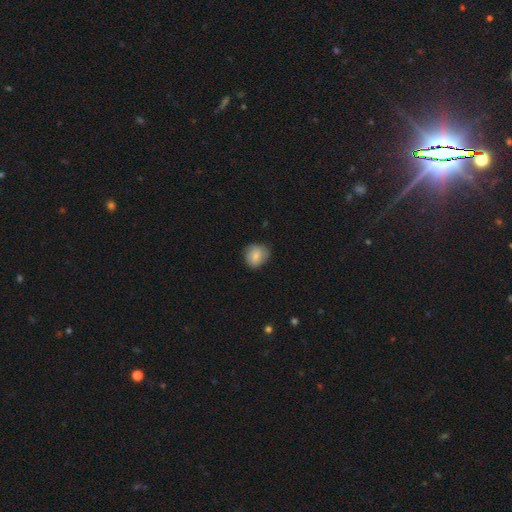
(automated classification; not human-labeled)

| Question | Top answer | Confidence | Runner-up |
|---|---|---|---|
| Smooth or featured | smooth | 81% | featured or disk (11%) |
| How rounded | round | 73% | in between (26%) |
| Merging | none | 74% | minor disturbance (21%) |